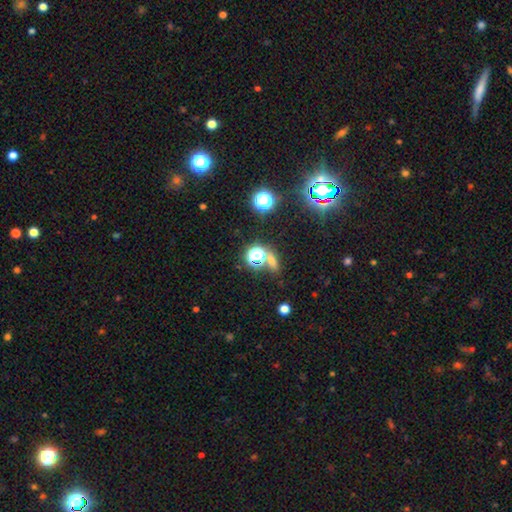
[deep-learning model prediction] Smooth or featured? star or artifact (50%)